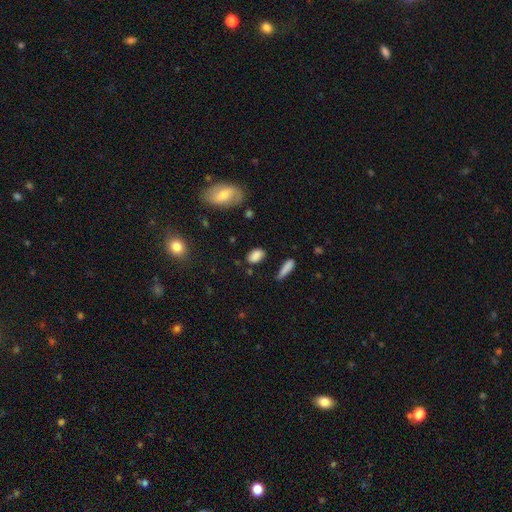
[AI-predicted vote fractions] smooth_or_featured: smooth (p=0.84) [alt: star or artifact p=0.09]
how_rounded: in between (p=0.87) [alt: round p=0.08]
merging: none (p=0.75) [alt: minor disturbance p=0.17]